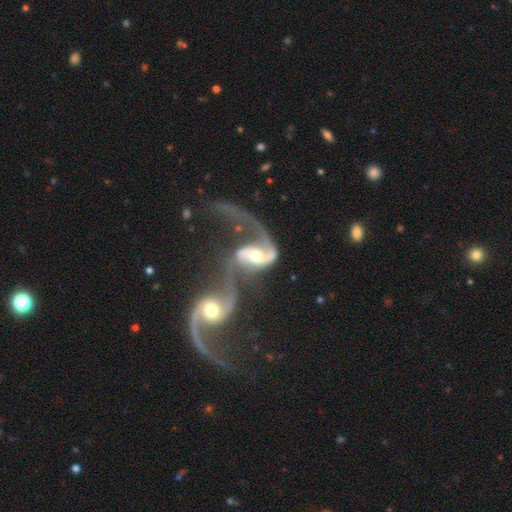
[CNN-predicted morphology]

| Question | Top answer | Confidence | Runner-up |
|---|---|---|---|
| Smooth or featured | featured or disk | 84% | smooth (10%) |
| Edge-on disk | no | 95% | yes (5%) |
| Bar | weak | 37% | strong (35%) |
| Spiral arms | yes | 93% | no (7%) |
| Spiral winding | loose | 65% | medium (27%) |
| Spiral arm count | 2 | 71% | 1 (21%) |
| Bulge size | moderate | 66% | small (15%) |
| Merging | merger | 76% | major disturbance (11%) |